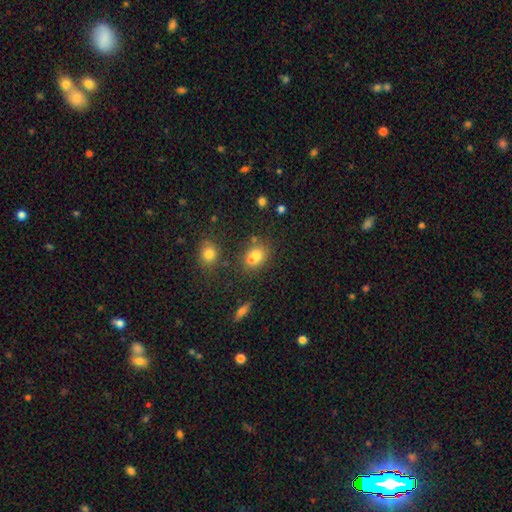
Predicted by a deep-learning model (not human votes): Overall: smooth (72%). How rounded: in between (52%; round 46%). Merging: none (43%; merger 41%).